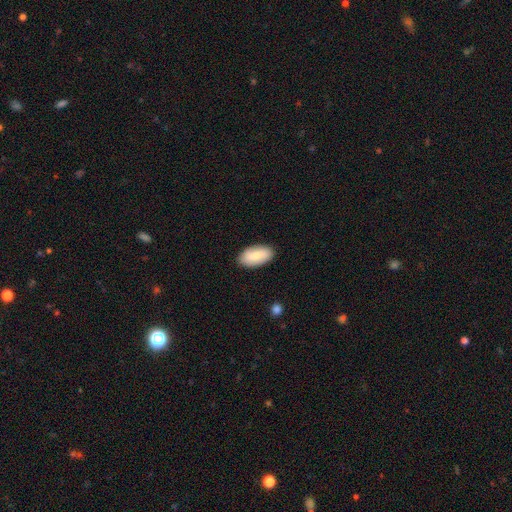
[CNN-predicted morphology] Q: Smooth or featured?
A: smooth (78%); runner-up: featured or disk (17%)
Q: How rounded?
A: in between (95%); runner-up: cigar-shaped (3%)
Q: Merging?
A: none (88%); runner-up: minor disturbance (9%)